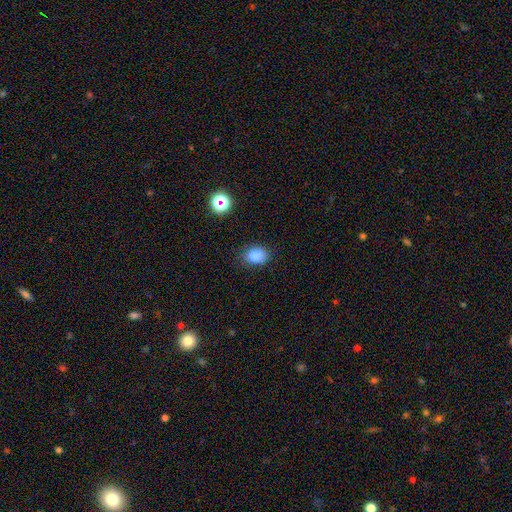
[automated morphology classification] smooth 84%, star or artifact 12%, featured or disk 4%. Down the decision tree: how rounded — in between (67%); merging — none (76%).